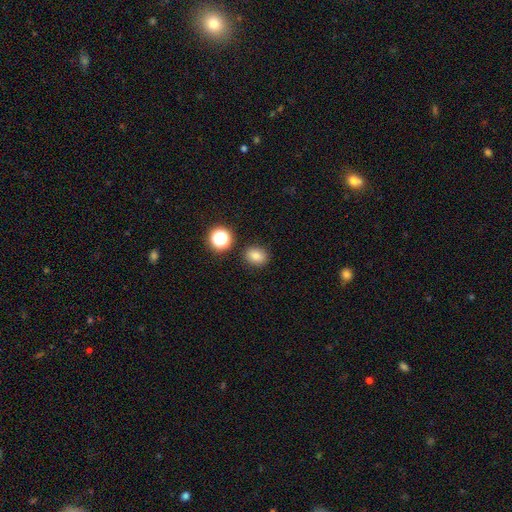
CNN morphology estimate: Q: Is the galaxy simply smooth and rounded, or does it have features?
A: smooth — 79%.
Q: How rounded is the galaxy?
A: round — 60%.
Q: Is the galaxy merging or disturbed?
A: none — 86%.